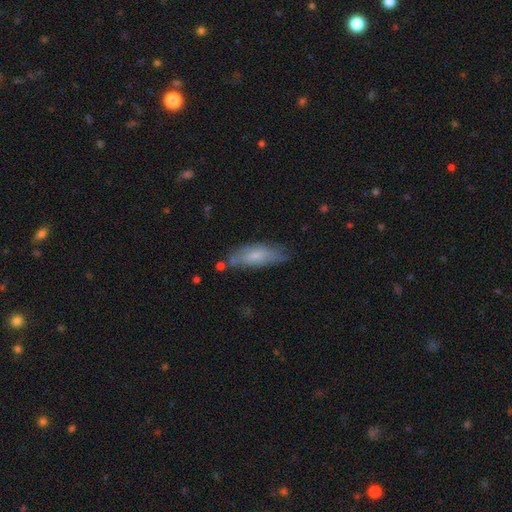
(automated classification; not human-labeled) Smooth or featured? Predicted: smooth (p=0.62). How rounded? Predicted: in between (p=0.58). Merging? Predicted: none (p=0.64).